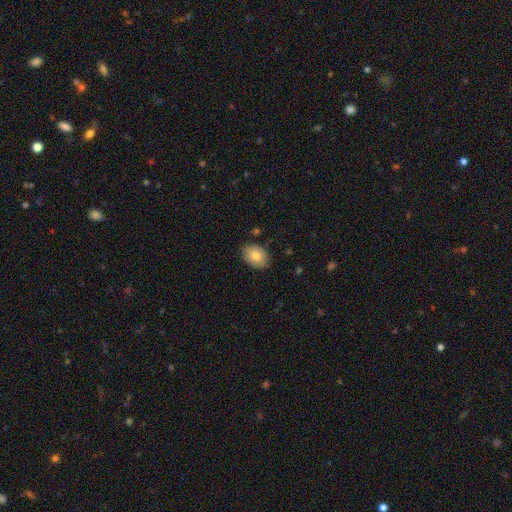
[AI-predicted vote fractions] A smooth galaxy with no disk features (80%) that is in between round and cigar-shaped (69%).

Vote fractions:
- Smooth or featured? smooth: 80% / featured or disk: 13% / star or artifact: 8%
- How rounded? in between: 69% / round: 30% / cigar-shaped: 1%
- Merging? none: 82% / minor disturbance: 14% / major disturbance: 2% / merger: 1%